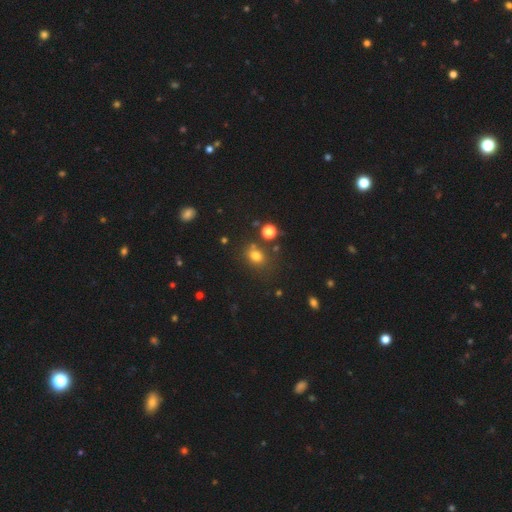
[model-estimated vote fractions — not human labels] This is likely a smooth galaxy (74%). How rounded: possibly round (53%). Merging: likely none (68%).